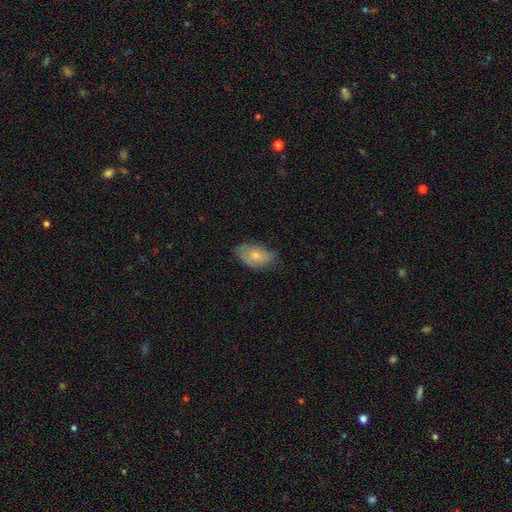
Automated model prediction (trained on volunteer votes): smooth 66%, featured or disk 28%, star or artifact 7%. Down the decision tree: how rounded — in between (91%); merging — none (62%).